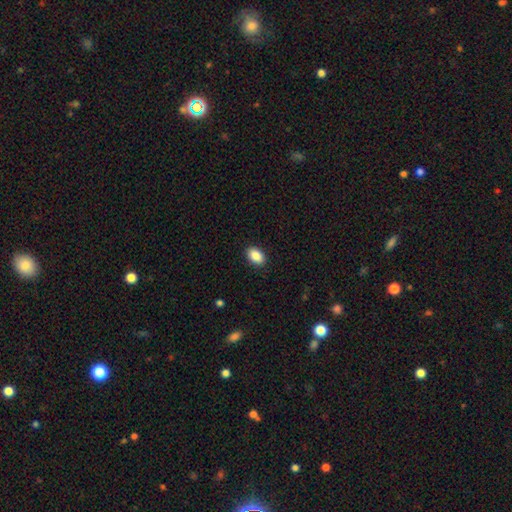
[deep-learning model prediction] Overall: smooth (88%). How rounded: in between (88%). Merging: none (90%).